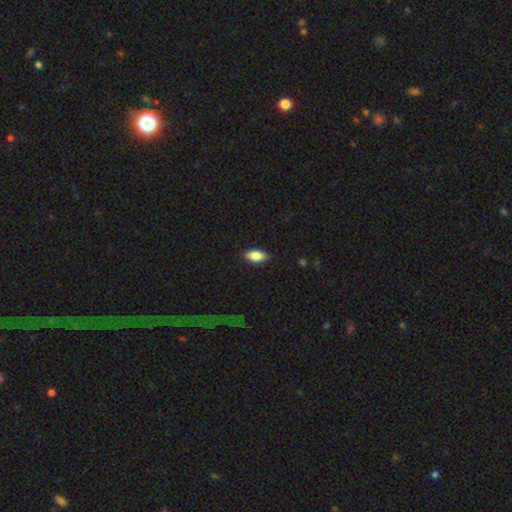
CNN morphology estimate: A smooth galaxy with no disk features (87%) that is in between round and cigar-shaped (91%). Merging: none (87%).